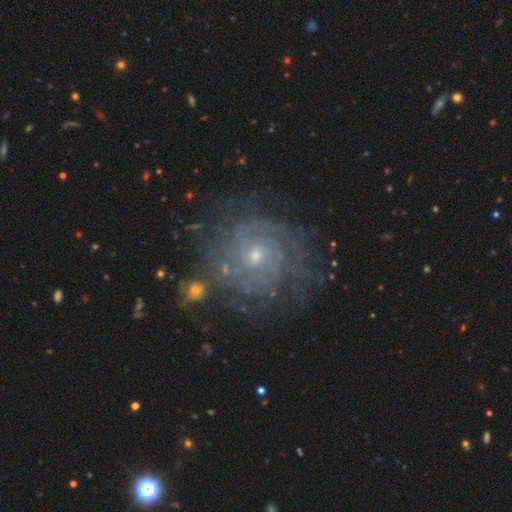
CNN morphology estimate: Overall: featured or disk (85%). Edge-on disk: no (97%). Bar: no (64%; weak 31%). Spiral arms: yes (96%). Spiral arm count: can't tell (37%; 4 16%). Spiral winding: tight (77%). Bulge size: small (67%; moderate 29%). Merging: none (72%).